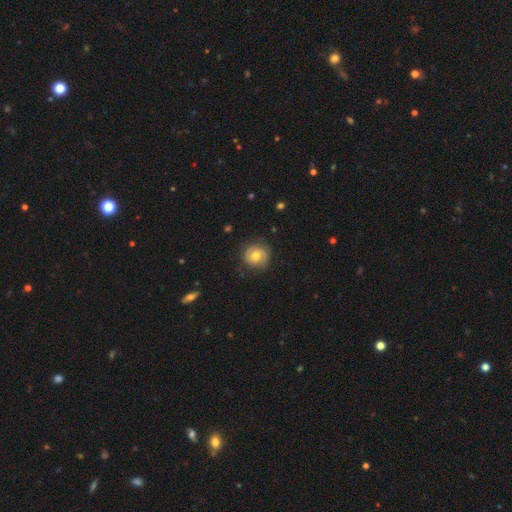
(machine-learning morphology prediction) Smooth or featured? smooth (58%)
How rounded? round (88%)
Merging? none (77%)